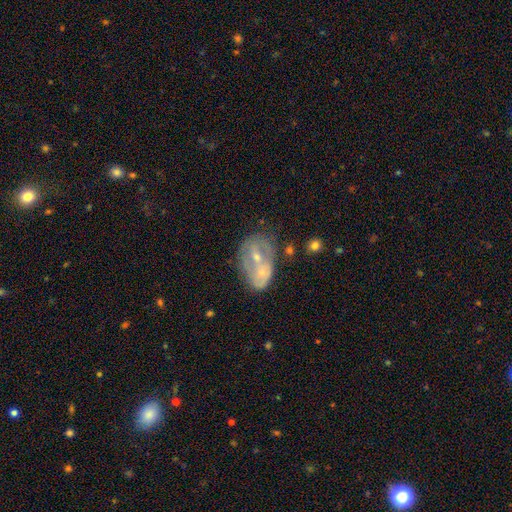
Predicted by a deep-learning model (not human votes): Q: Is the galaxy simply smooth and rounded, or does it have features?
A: featured or disk — 64%.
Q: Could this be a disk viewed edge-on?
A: no — 96%.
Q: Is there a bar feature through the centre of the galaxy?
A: no — 59%.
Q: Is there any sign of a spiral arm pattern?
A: no — 54%.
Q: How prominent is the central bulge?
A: small — 57%.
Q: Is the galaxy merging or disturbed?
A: none — 39%.